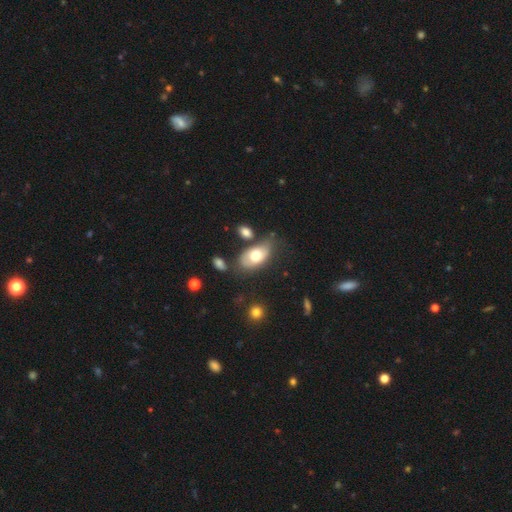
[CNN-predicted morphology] smooth_or_featured: smooth (p=0.66) [alt: featured or disk p=0.27]
how_rounded: in between (p=0.93) [alt: round p=0.05]
merging: none (p=0.60) [alt: minor disturbance p=0.22]